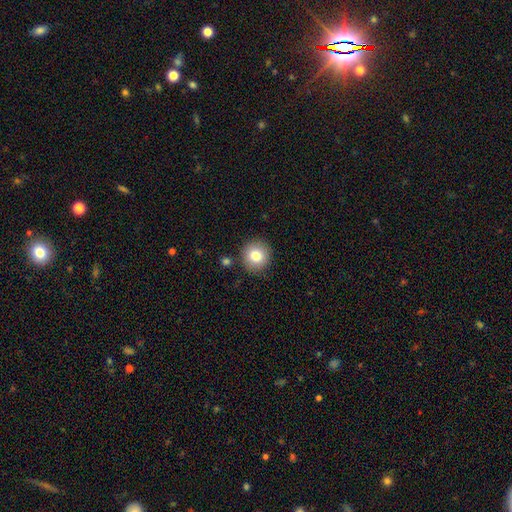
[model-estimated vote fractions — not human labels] This is clearly a smooth galaxy (80%). How rounded: clearly round (93%). Merging: clearly none (87%).